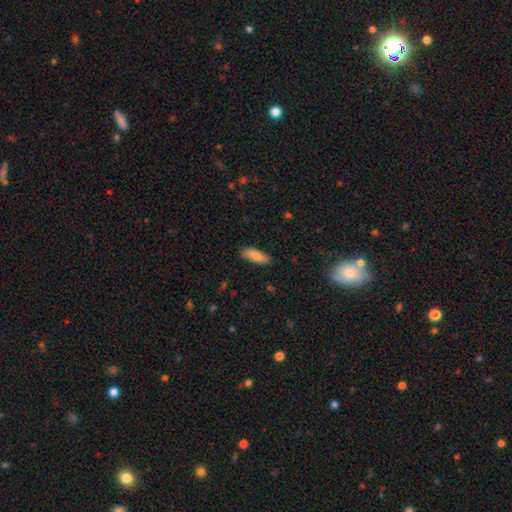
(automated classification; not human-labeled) Q: Smooth or featured?
A: smooth (85%); runner-up: featured or disk (9%)
Q: How rounded?
A: in between (55%); runner-up: cigar-shaped (43%)
Q: Merging?
A: none (83%); runner-up: minor disturbance (14%)